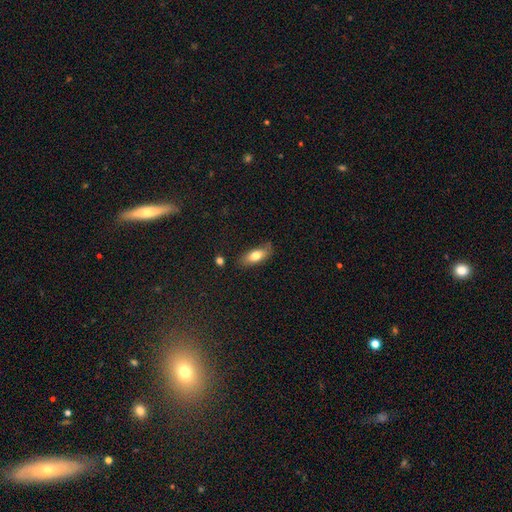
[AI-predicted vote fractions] Smooth or featured: smooth — 74% (featured or disk — 19%)
How rounded: in between — 79% (cigar-shaped — 17%)
Merging: none — 75% (minor disturbance — 19%)